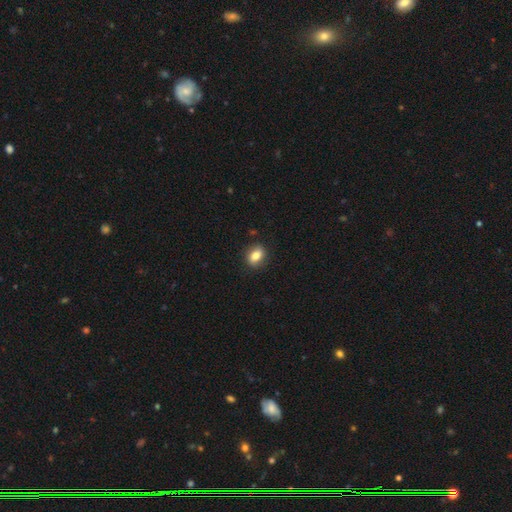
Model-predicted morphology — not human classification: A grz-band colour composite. It shows a smooth galaxy with no disk features (81%) that is in between round and cigar-shaped (68%). Merging: none (86%).